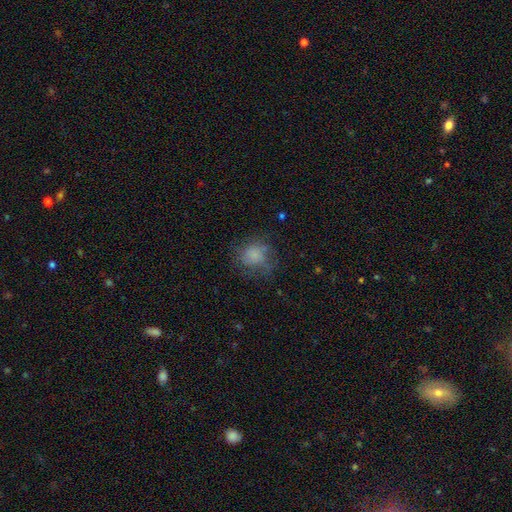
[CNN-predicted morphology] Smooth or featured?
  - smooth: 63% *
  - featured or disk: 22%
  - star or artifact: 15%
How rounded?
  - round: 74% *
  - in between: 25%
  - cigar-shaped: 1%
Merging?
  - none: 63% *
  - minor disturbance: 21%
  - major disturbance: 15%
  - merger: 1%